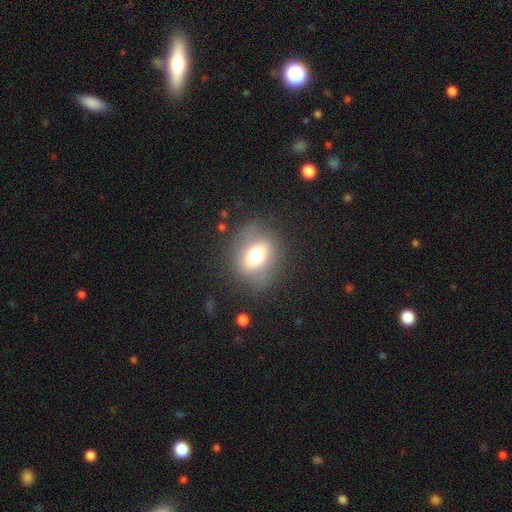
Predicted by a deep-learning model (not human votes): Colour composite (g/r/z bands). It shows a smooth galaxy with no disk features (60%) that is round (53%). Merging: none (77%).